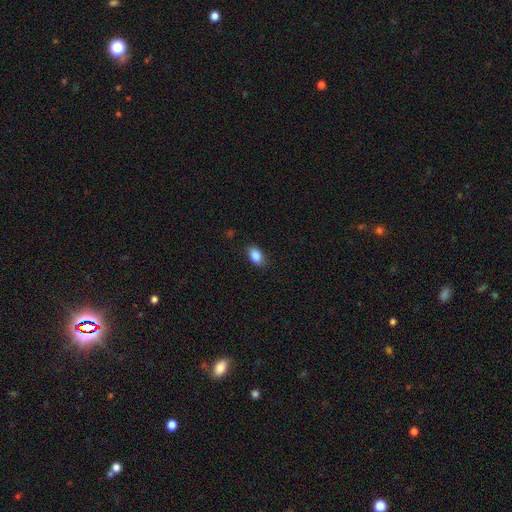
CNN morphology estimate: Smooth or featured? smooth (88%)
How rounded? in between (88%)
Merging? none (82%)